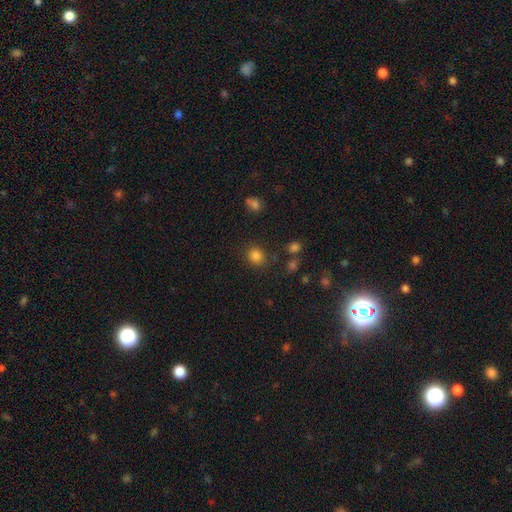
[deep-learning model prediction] Overall: smooth (83%). How rounded: round (78%). Merging: none (82%).